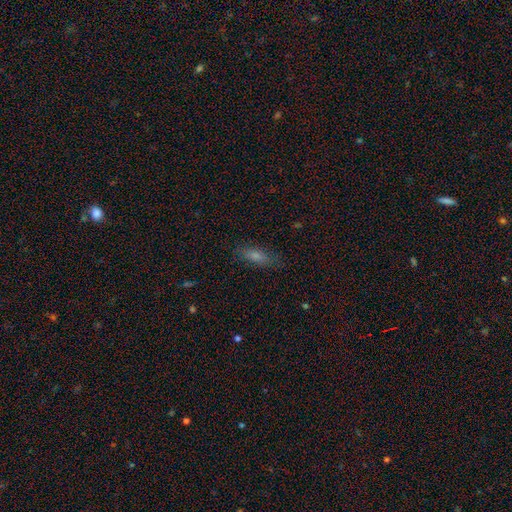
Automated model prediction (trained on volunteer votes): A smooth galaxy with no disk features (61%) that is in between round and cigar-shaped (53%).

Vote fractions:
- Smooth or featured? smooth: 61% / featured or disk: 20% / star or artifact: 19%
- How rounded? in between: 53% / cigar-shaped: 43% / round: 4%
- Merging? none: 83% / minor disturbance: 12% / major disturbance: 3% / merger: 1%